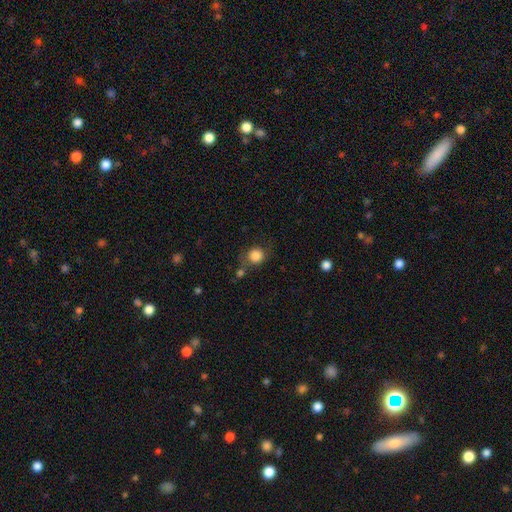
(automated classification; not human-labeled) This is clearly a smooth galaxy (84%). How rounded: clearly round (86%). Merging: likely none (66%).